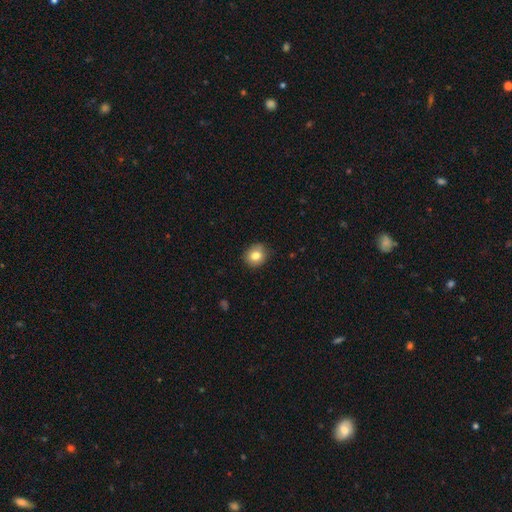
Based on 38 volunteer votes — smooth_or_featured: smooth (p=0.82) [alt: featured or disk p=0.11]
how_rounded: round (p=0.77) [alt: in between p=0.23]
merging: none (p=0.83) [alt: minor disturbance p=0.11]